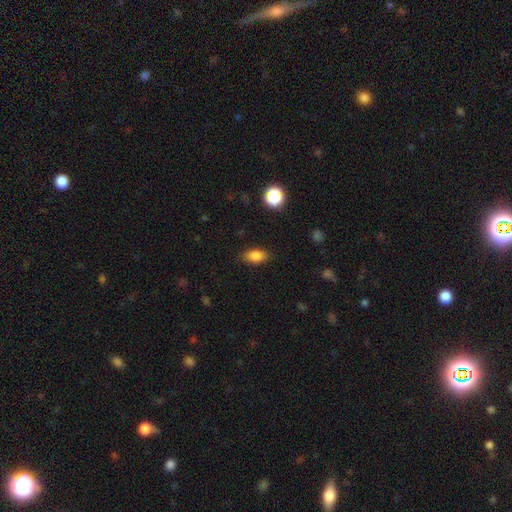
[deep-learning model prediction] A smooth galaxy with no disk features (83%) that is in between round and cigar-shaped (85%). Merging: none (84%).